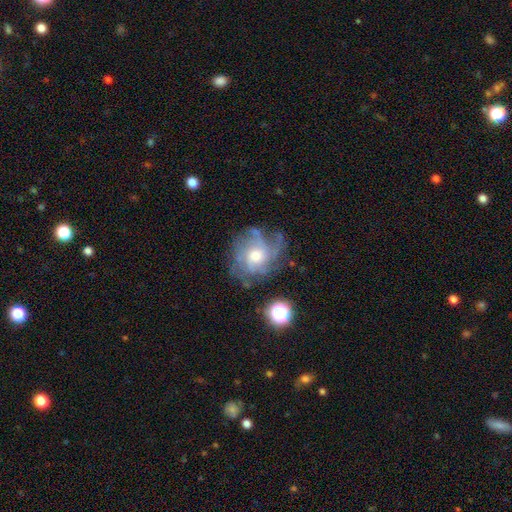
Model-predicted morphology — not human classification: A featured or disk galaxy (78%) with no bar (76%), tight (43%) spiral arms (92%) and a moderate central bulge (65%).

Vote fractions:
- Smooth or featured? featured or disk: 78% / smooth: 12% / star or artifact: 10%
- Edge-on disk? no: 97% / yes: 3%
- Bar? no: 76% / weak: 21% / strong: 3%
- Spiral arms? yes: 92% / no: 8%
- Spiral winding? tight: 43% / medium: 40% / loose: 16%
- Spiral arm count? can't tell: 34% / 4: 20% / 3: 17% / more than 4: 13% / 2: 9% / 1: 6%
- Bulge size? moderate: 65% / small: 21% / large: 11% / none: 2% / dominant: 1%
- Merging? none: 65% / minor disturbance: 19% / major disturbance: 14% / merger: 3%